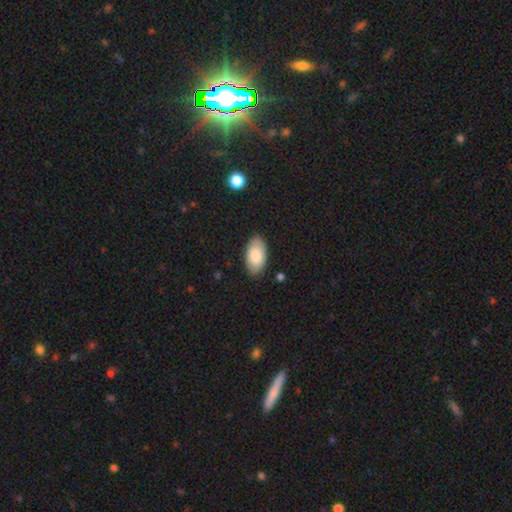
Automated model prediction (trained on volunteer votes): Q: Smooth or featured?
A: smooth (85%); runner-up: featured or disk (9%)
Q: How rounded?
A: in between (95%); runner-up: round (3%)
Q: Merging?
A: none (85%); runner-up: minor disturbance (11%)